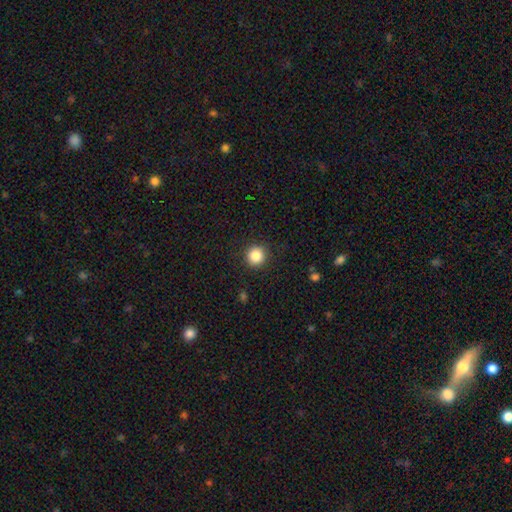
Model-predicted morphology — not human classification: This is clearly a smooth galaxy (86%). How rounded: clearly round (93%). Merging: clearly none (91%).